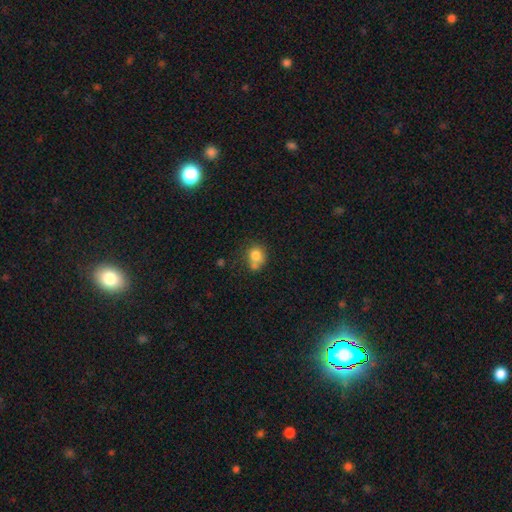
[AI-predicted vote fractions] This appears to be a smooth galaxy with no disk features (78%) that is round (74%). Merging: none (45%).